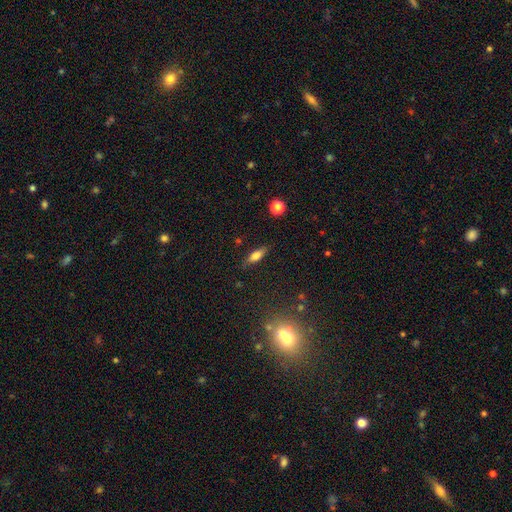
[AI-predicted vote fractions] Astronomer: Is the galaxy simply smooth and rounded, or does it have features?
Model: smooth — 71%.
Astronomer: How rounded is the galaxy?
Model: in between — 60% (runner-up: cigar-shaped, 36%).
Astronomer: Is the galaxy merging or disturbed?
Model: none — 82%.